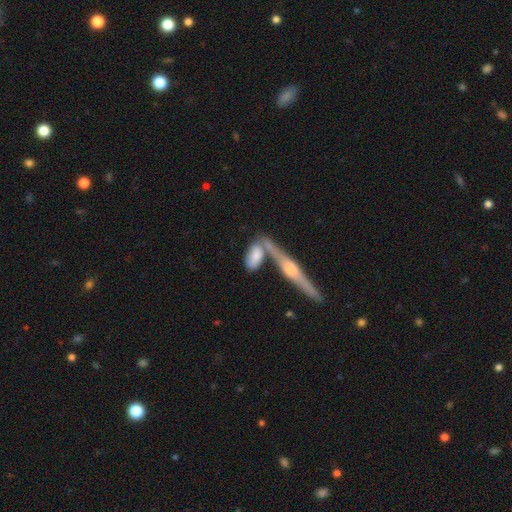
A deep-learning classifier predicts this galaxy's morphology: smooth-or-featured: smooth: 65% | featured or disk: 29% | star or artifact: 6%
  how-rounded: in between: 77% | cigar-shaped: 19% | round: 5%
  merging: none: 41% | merger: 37% | minor disturbance: 16% | major disturbance: 6%